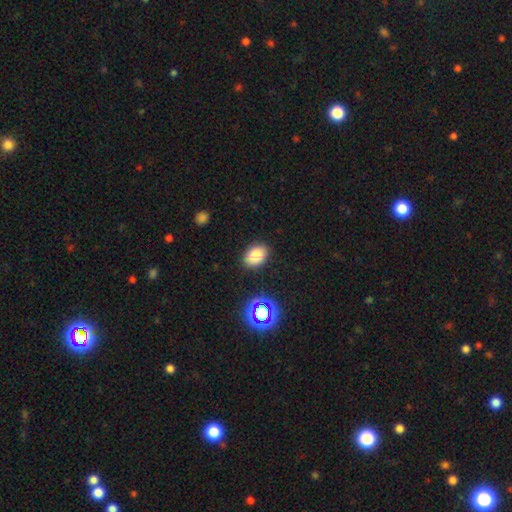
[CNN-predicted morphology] This is likely a smooth galaxy (79%). How rounded: likely in between (79%). Merging: clearly none (85%).